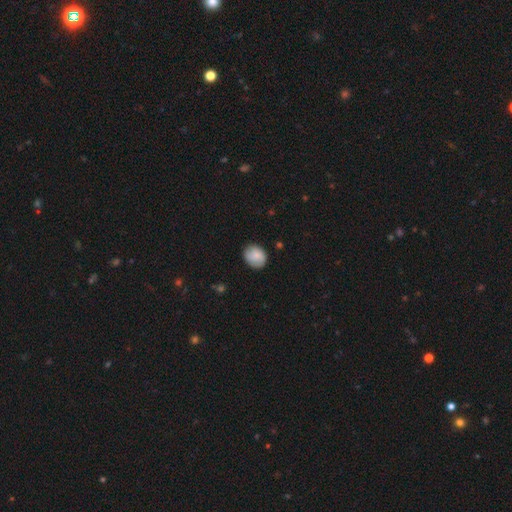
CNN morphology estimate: The model was most divided on "how rounded": round: 64%, in between: 35%, cigar-shaped: 1%. More confident: smooth or featured — smooth (82%); merging — none (79%).